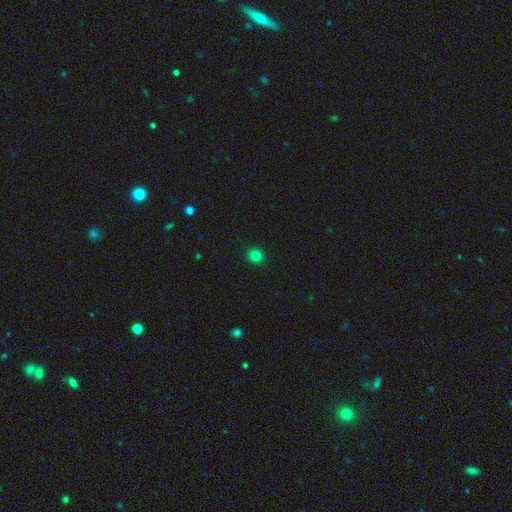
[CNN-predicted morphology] This is clearly a smooth galaxy (82%). How rounded: clearly round (84%). Merging: clearly none (91%).